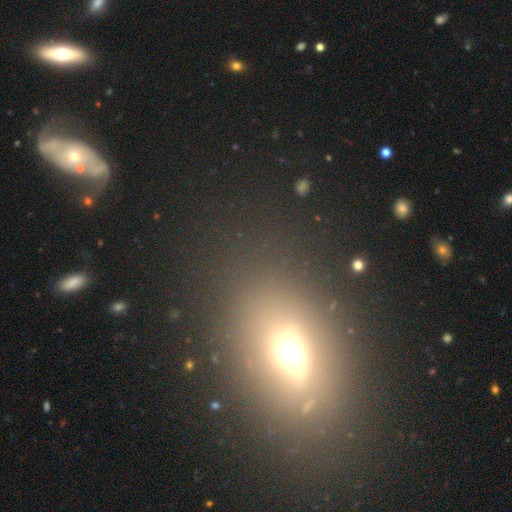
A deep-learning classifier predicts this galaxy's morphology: Smooth or featured: smooth — 50% (star or artifact — 27%)
How rounded: in between — 68% (round — 26%)
Merging: none — 78% (minor disturbance — 12%)